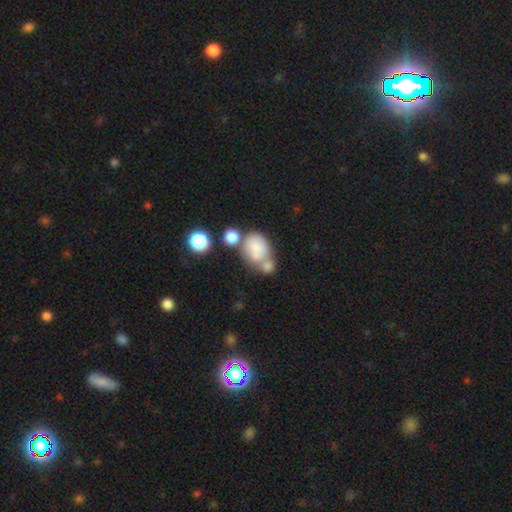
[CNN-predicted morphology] smooth 71%, featured or disk 17%, star or artifact 12%. Down the decision tree: how rounded — in between (54%); merging — merger (46%).